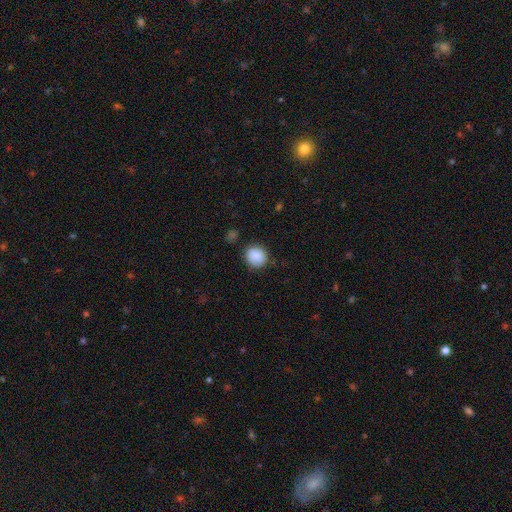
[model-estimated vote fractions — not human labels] This is clearly a smooth galaxy (88%). How rounded: clearly round (84%). Merging: clearly none (83%).